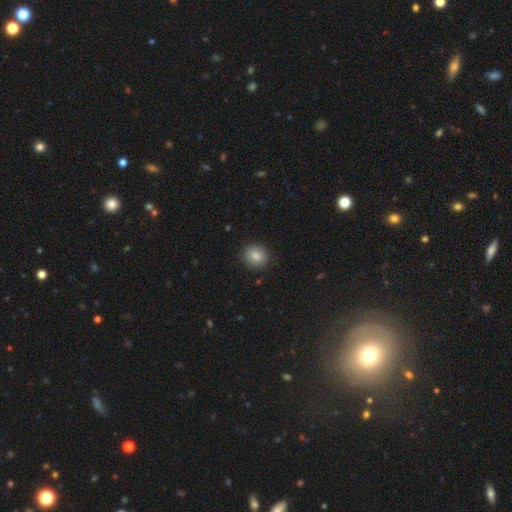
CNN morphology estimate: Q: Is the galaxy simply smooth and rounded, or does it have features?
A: smooth — 84%.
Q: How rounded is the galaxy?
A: round — 77%.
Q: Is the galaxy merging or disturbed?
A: none — 89%.